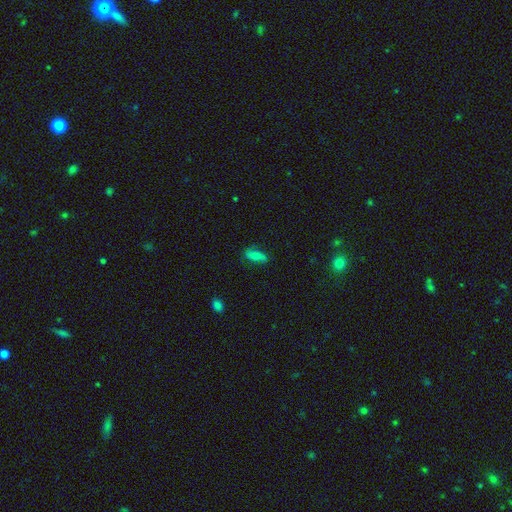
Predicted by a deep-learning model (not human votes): A smooth galaxy with no disk features (62%) that is in between round and cigar-shaped (70%). Merging: none (76%).